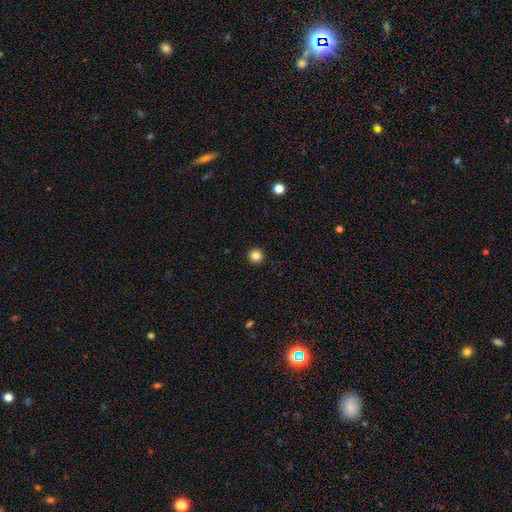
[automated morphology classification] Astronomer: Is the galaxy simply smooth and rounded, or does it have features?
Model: smooth — 84%.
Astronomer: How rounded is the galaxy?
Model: round — 96%.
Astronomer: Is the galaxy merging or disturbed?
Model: none — 94%.